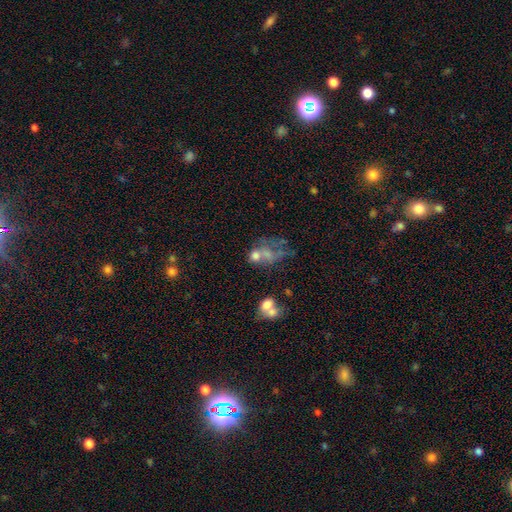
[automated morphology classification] A smooth galaxy with no disk features (54%) that is in between round and cigar-shaped (60%). Merging: merger (47%).